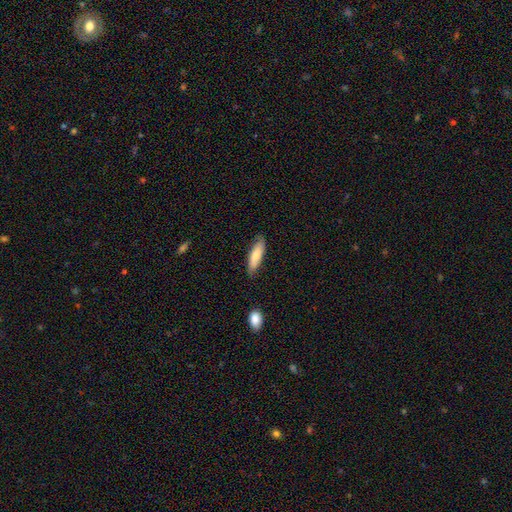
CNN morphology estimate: Smooth or featured: smooth — 77% (featured or disk — 17%)
How rounded: cigar-shaped — 60% (in between — 38%)
Merging: none — 80% (minor disturbance — 16%)